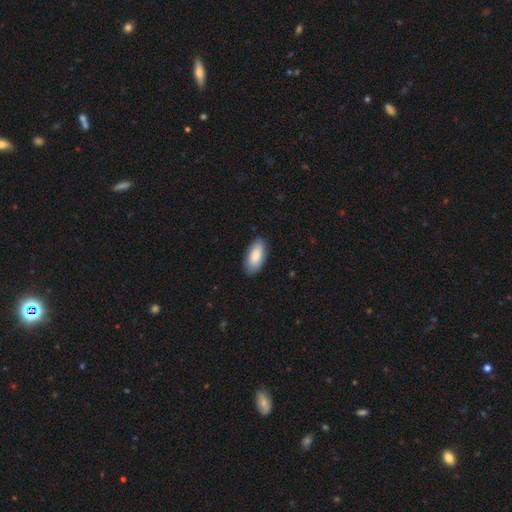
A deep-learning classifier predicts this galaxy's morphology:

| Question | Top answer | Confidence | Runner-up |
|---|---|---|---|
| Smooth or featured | smooth | 84% | featured or disk (10%) |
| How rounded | in between | 92% | cigar-shaped (6%) |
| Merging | none | 84% | minor disturbance (13%) |